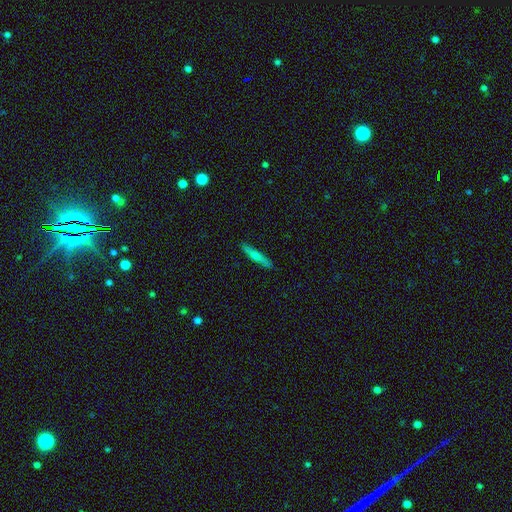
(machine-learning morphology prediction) Overall: smooth (65%; featured or disk 29%). How rounded: cigar-shaped (92%). Merging: none (89%).